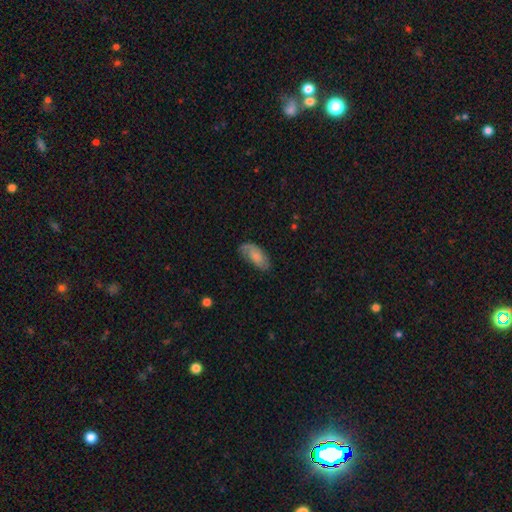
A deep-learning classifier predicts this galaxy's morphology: smooth-or-featured: smooth: 50% | featured or disk: 43% | star or artifact: 7%
  merging: none: 66% | minor disturbance: 24% | major disturbance: 9% | merger: 2%